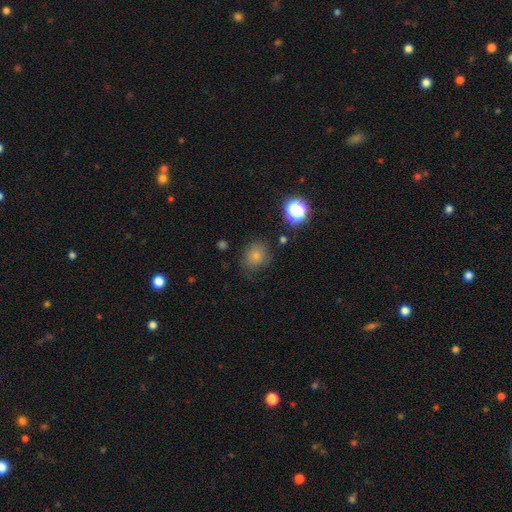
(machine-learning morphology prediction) Q: Smooth or featured?
A: smooth (75%); runner-up: star or artifact (15%)
Q: How rounded?
A: round (78%); runner-up: in between (21%)
Q: Merging?
A: none (71%); runner-up: minor disturbance (19%)